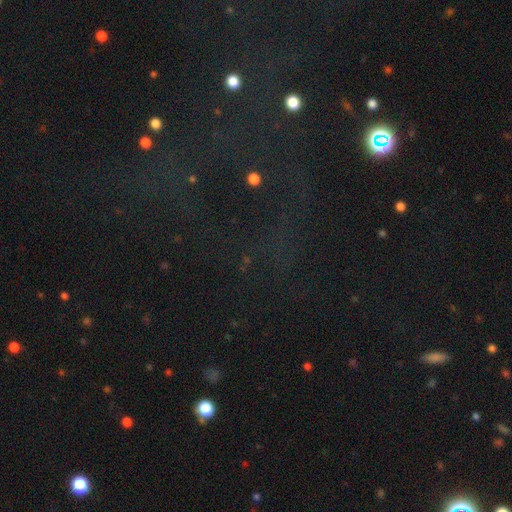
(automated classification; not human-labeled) This appears to be a star or artifact, not a galaxy (74%).